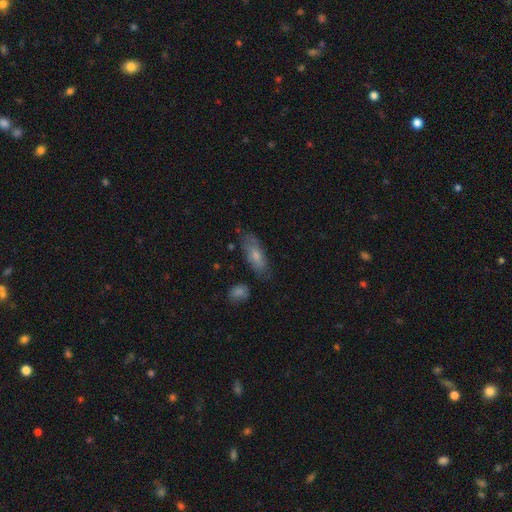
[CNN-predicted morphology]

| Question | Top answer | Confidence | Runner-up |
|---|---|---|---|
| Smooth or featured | smooth | 66% | featured or disk (28%) |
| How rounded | in between | 69% | cigar-shaped (29%) |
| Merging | none | 69% | minor disturbance (21%) |